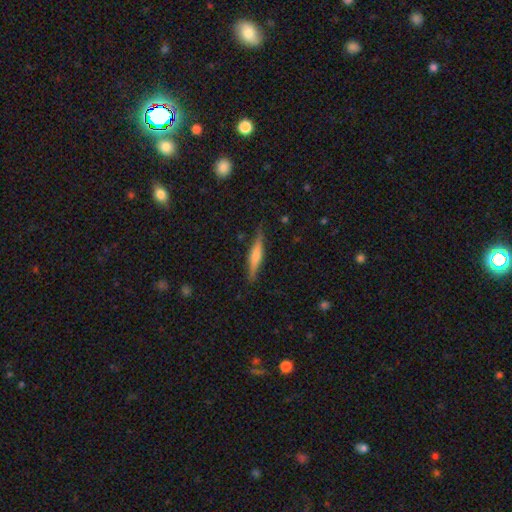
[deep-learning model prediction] A featured or disk galaxy (50%) viewed edge-on (96%).

Vote fractions:
- Smooth or featured? featured or disk: 50% / smooth: 43% / star or artifact: 7%
- Edge-on disk? yes: 96% / no: 4%
- Merging? none: 85% / minor disturbance: 11% / major disturbance: 2% / merger: 1%